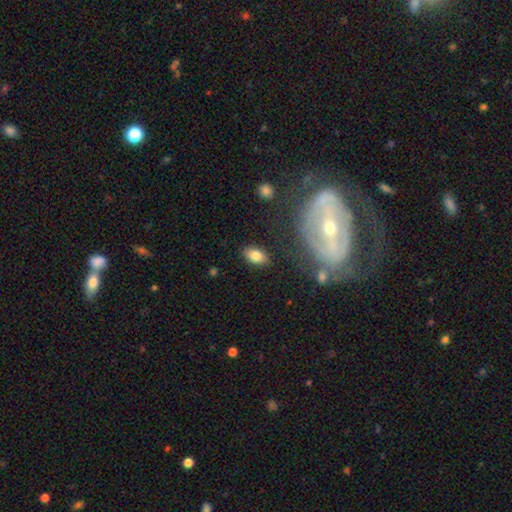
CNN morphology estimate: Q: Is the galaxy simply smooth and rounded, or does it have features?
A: smooth — 80%.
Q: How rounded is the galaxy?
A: in between — 91%.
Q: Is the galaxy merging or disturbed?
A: none — 84%.